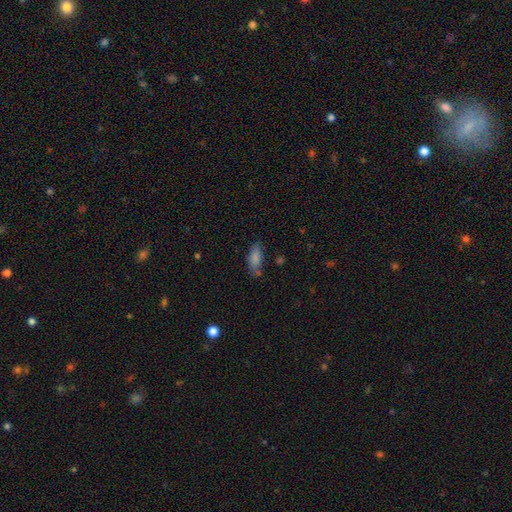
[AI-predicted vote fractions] Smooth or featured? smooth (74%)
How rounded? in between (71%)
Merging? none (65%)